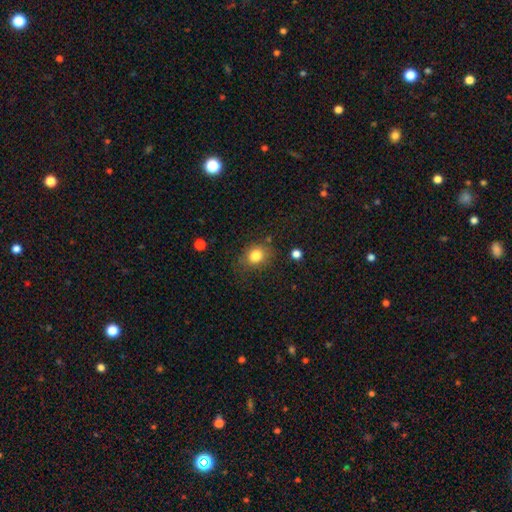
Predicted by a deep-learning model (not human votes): Smooth or featured: smooth — 82% (star or artifact — 11%)
How rounded: round — 58% (in between — 41%)
Merging: none — 74% (minor disturbance — 17%)